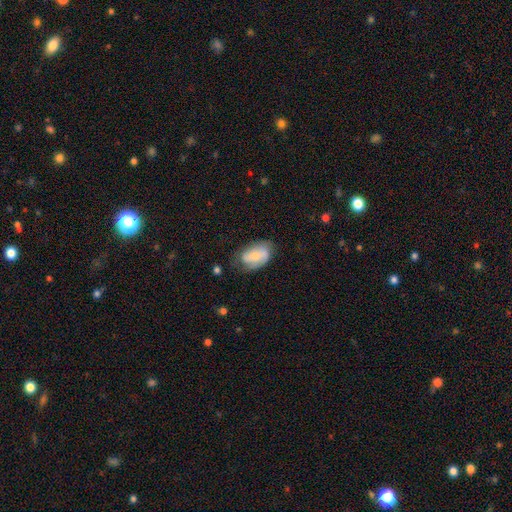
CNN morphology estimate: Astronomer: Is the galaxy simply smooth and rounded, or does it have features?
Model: smooth — 56% (runner-up: featured or disk, 36%).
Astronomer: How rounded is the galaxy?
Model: in between — 90%.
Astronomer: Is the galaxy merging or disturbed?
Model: none — 56%.